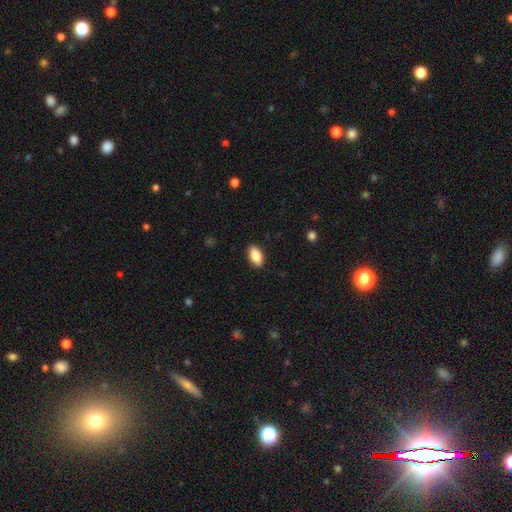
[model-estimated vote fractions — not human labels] Q: Smooth or featured?
A: smooth (84%); runner-up: featured or disk (8%)
Q: How rounded?
A: in between (91%); runner-up: cigar-shaped (5%)
Q: Merging?
A: none (89%); runner-up: minor disturbance (8%)